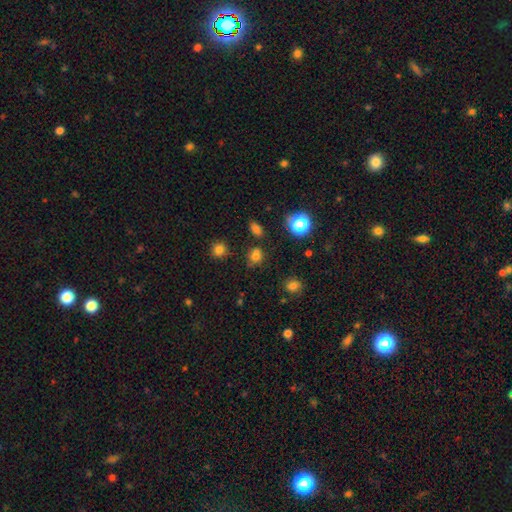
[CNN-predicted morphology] Smooth or featured?
  - smooth: 67% *
  - star or artifact: 26%
  - featured or disk: 7%
How rounded?
  - round: 67% *
  - in between: 31%
  - cigar-shaped: 1%
Merging?
  - none: 72% *
  - minor disturbance: 14%
  - merger: 9%
  - major disturbance: 5%